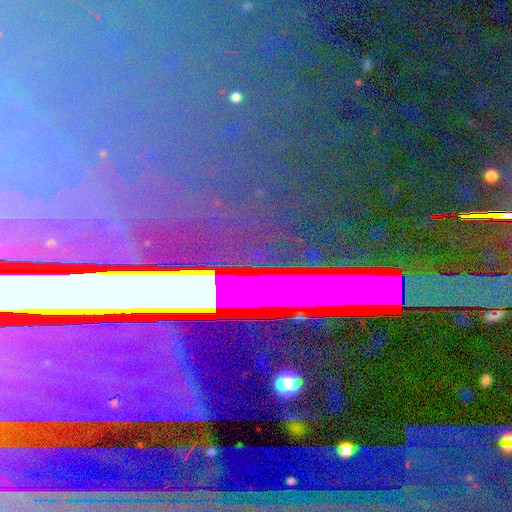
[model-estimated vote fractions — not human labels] A star or artifact, not a galaxy (79%).

Vote fractions:
- Smooth or featured? star or artifact: 79% / featured or disk: 12% / smooth: 9%